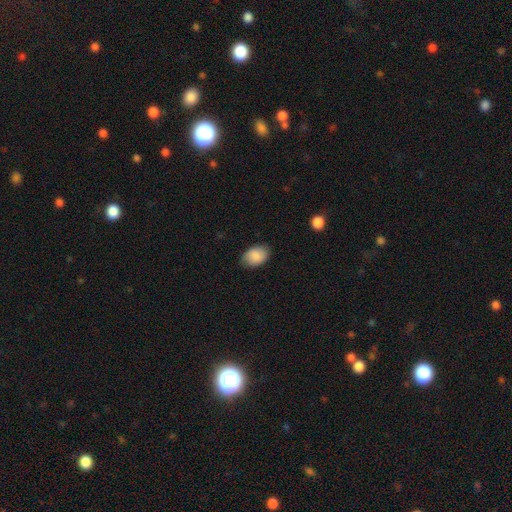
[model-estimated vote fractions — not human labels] Smooth or featured? smooth (87%)
How rounded? in between (84%)
Merging? none (81%)